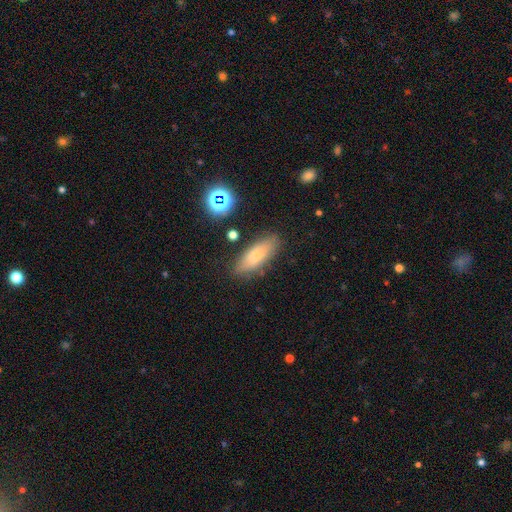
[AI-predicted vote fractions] smooth-or-featured: smooth: 72% | featured or disk: 19% | star or artifact: 9%
  how-rounded: in between: 63% | cigar-shaped: 34% | round: 3%
  merging: none: 80% | minor disturbance: 14% | major disturbance: 3% | merger: 3%